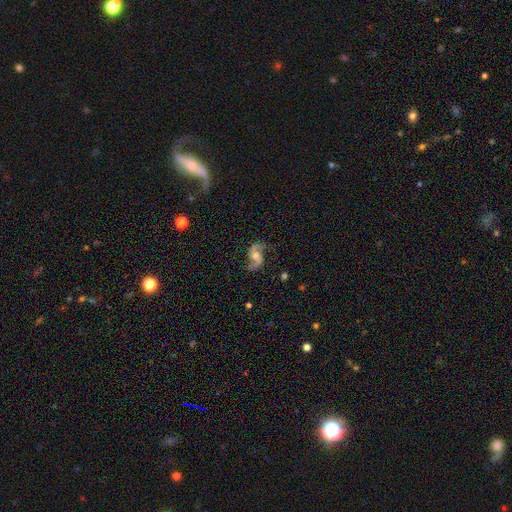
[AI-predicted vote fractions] Smooth or featured?
  - featured or disk: 85% *
  - smooth: 9%
  - star or artifact: 6%
Edge-on disk?
  - no: 97% *
  - yes: 3%
Bar?
  - no: 54% *
  - weak: 36%
  - strong: 10%
Spiral arms?
  - yes: 96% *
  - no: 4%
Spiral winding?
  - loose: 65% *
  - medium: 28%
  - tight: 6%
Spiral arm count?
  - 2: 93% *
  - can't tell: 2%
  - 1: 2%
  - 3: 1%
  - 4: 1%
  - more than 4: 1%
Bulge size?
  - moderate: 61% *
  - small: 25%
  - large: 9%
  - none: 4%
  - dominant: 1%
Merging?
  - none: 74% *
  - minor disturbance: 16%
  - major disturbance: 8%
  - merger: 2%